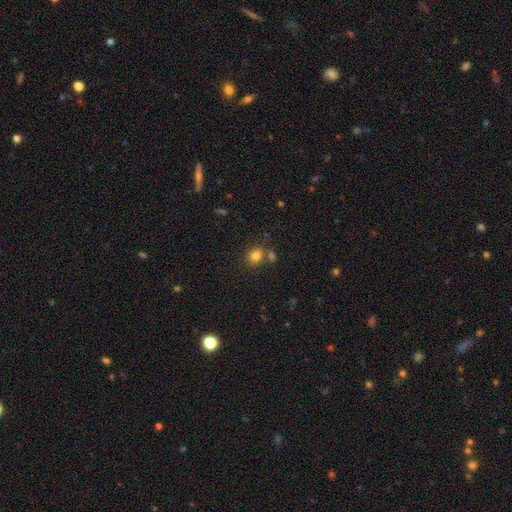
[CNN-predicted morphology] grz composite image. It shows a smooth galaxy with no disk features (82%) that is round (65%). Merging: none (67%).